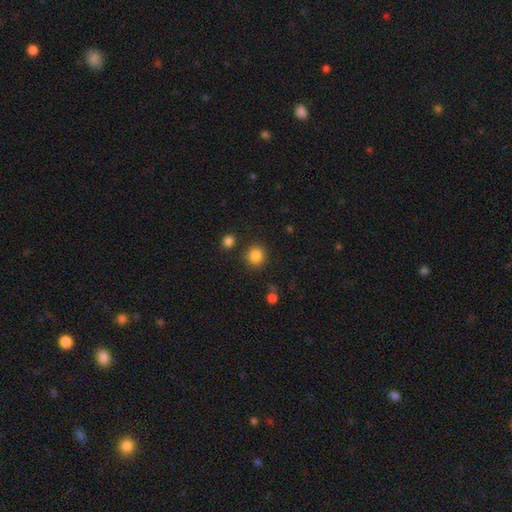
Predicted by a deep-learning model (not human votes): Smooth or featured? smooth (85%)
How rounded? round (92%)
Merging? none (86%)